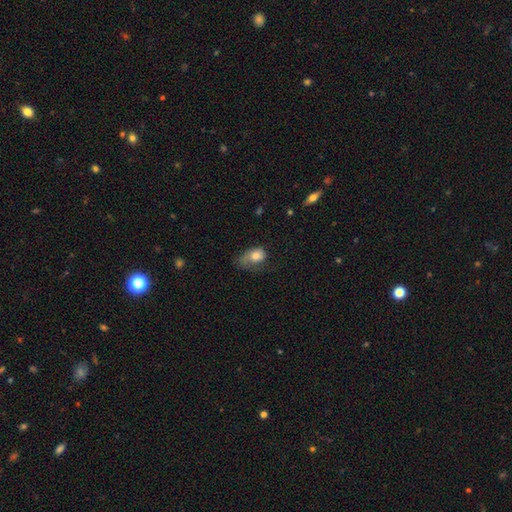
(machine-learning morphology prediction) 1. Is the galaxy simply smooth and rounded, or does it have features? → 63% smooth, 30% featured or disk, 7% star or artifact.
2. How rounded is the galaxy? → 79% in between, 19% round, 2% cigar-shaped.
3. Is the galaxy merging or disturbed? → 41% major disturbance, 29% none, 27% minor disturbance, 3% merger.